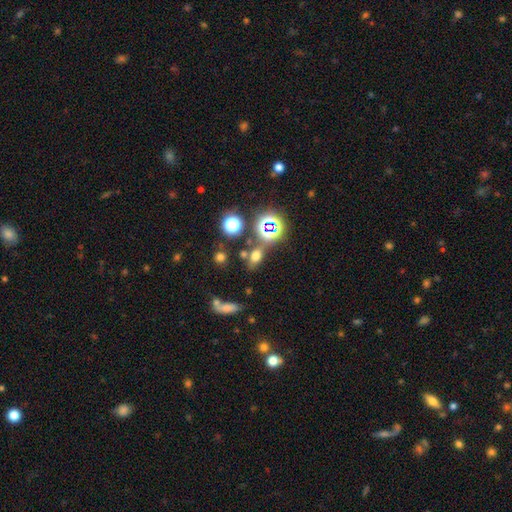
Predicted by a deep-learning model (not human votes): Smooth or featured? smooth (58%)
How rounded? in between (69%)
Merging? none (65%)